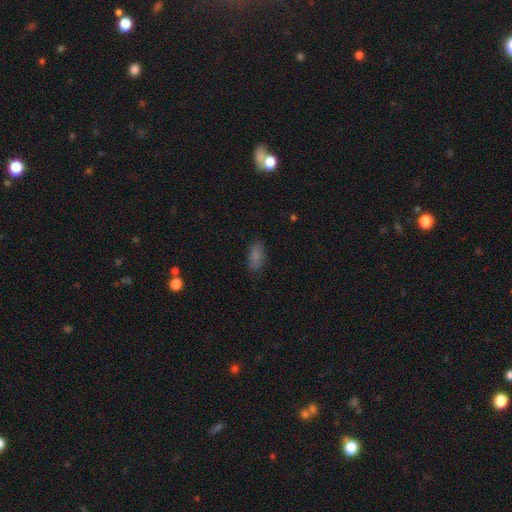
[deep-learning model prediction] Smooth or featured? smooth (74%)
How rounded? in between (88%)
Merging? none (82%)